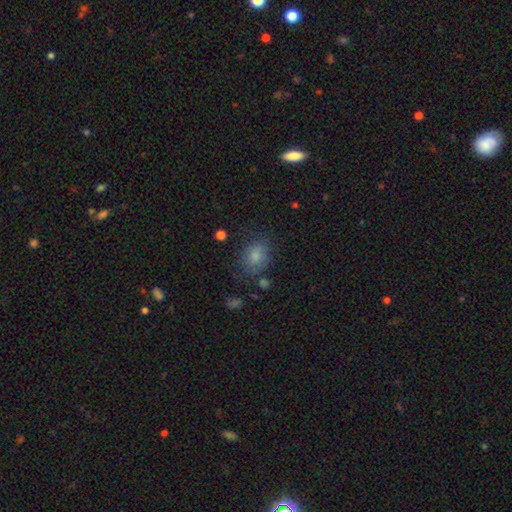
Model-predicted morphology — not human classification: smooth_or_featured: smooth (p=0.81) [alt: star or artifact p=0.11]
how_rounded: in between (p=0.56) [alt: round p=0.43]
merging: none (p=0.70) [alt: minor disturbance p=0.19]